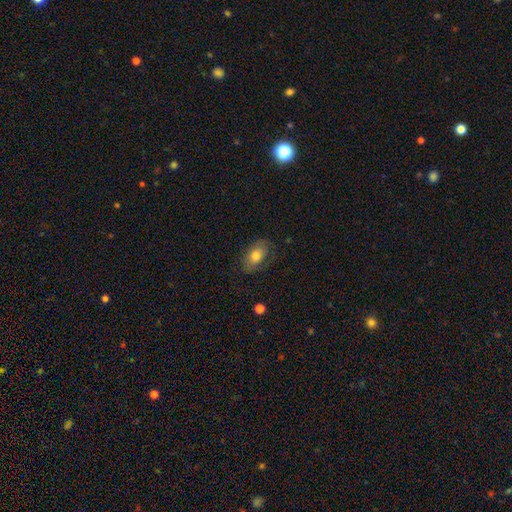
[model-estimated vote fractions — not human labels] Smooth or featured: smooth — 68% (featured or disk — 24%)
How rounded: in between — 87% (round — 11%)
Merging: none — 69% (minor disturbance — 21%)